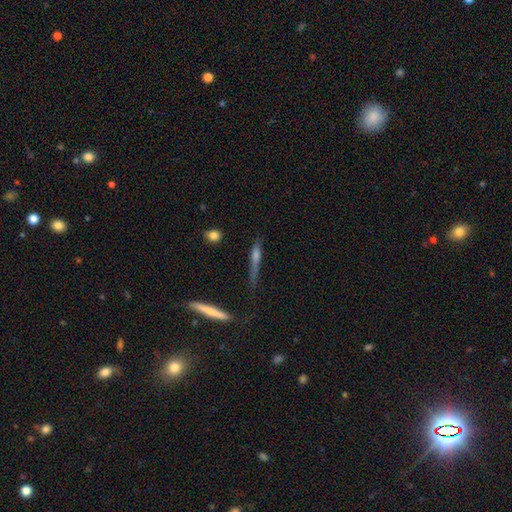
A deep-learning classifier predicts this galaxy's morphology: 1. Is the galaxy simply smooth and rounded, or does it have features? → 47% smooth, 43% featured or disk, 10% star or artifact.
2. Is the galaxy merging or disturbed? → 53% none, 28% minor disturbance, 15% major disturbance, 5% merger.